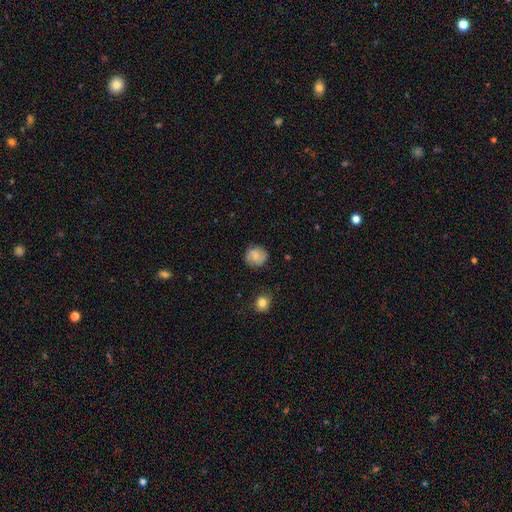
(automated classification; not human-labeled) smooth_or_featured: smooth (p=0.71) [alt: featured or disk p=0.20]
how_rounded: round (p=0.85) [alt: in between p=0.14]
merging: none (p=0.81) [alt: minor disturbance p=0.14]